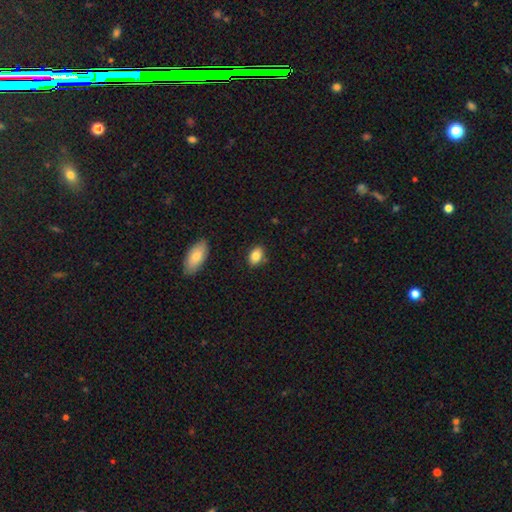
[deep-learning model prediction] Smooth or featured?
  - smooth: 85% *
  - star or artifact: 8%
  - featured or disk: 7%
How rounded?
  - in between: 84% *
  - round: 14%
  - cigar-shaped: 2%
Merging?
  - none: 84% *
  - minor disturbance: 11%
  - merger: 3%
  - major disturbance: 2%